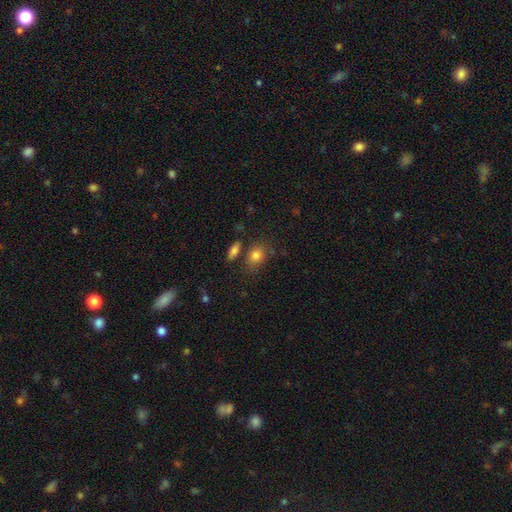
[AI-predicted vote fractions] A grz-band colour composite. It shows a smooth galaxy with no disk features (81%) that is in between round and cigar-shaped (63%). Merging: none (64%).